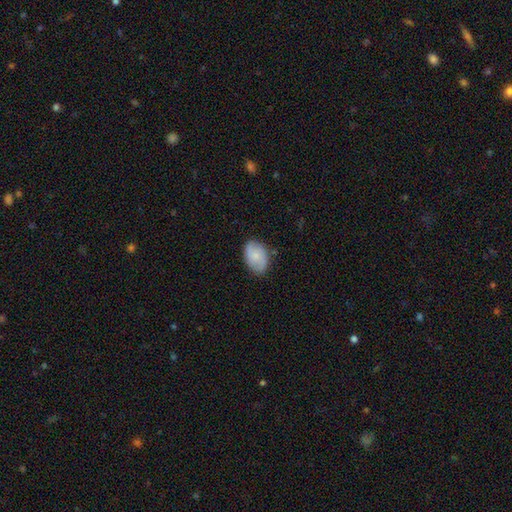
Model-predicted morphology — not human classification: Smooth or featured?
  - smooth: 59% *
  - featured or disk: 34%
  - star or artifact: 7%
How rounded?
  - in between: 84% *
  - round: 14%
  - cigar-shaped: 1%
Merging?
  - none: 79% *
  - minor disturbance: 16%
  - major disturbance: 3%
  - merger: 1%